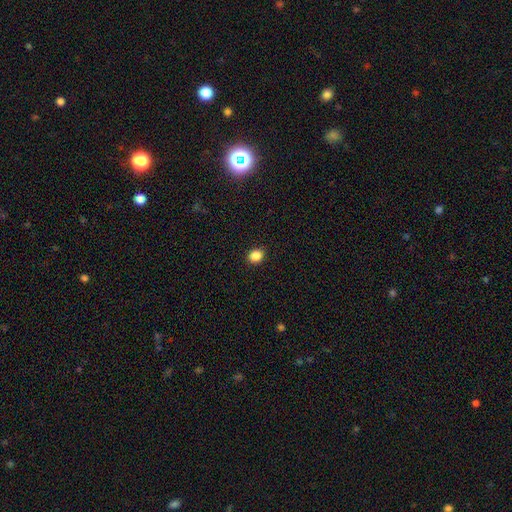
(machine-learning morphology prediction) A smooth galaxy with no disk features (86%) that is round (61%).

Vote fractions:
- Smooth or featured? smooth: 86% / star or artifact: 10% / featured or disk: 3%
- How rounded? round: 61% / in between: 38% / cigar-shaped: 1%
- Merging? none: 90% / minor disturbance: 7% / major disturbance: 2% / merger: 1%